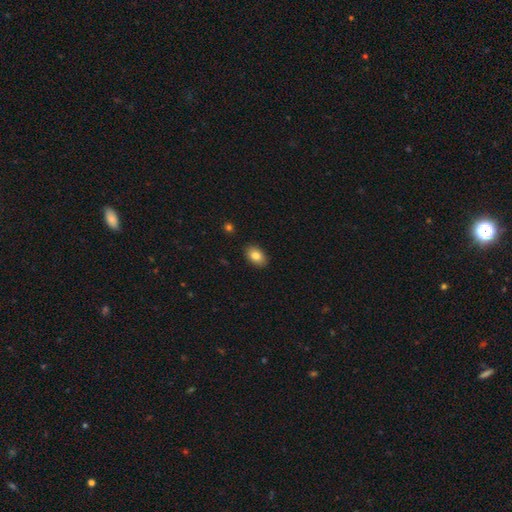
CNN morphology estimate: A smooth galaxy with no disk features (83%) that is in between round and cigar-shaped (87%).

Vote fractions:
- Smooth or featured? smooth: 83% / featured or disk: 9% / star or artifact: 8%
- How rounded? in between: 87% / round: 12% / cigar-shaped: 1%
- Merging? none: 89% / minor disturbance: 8% / major disturbance: 2% / merger: 1%